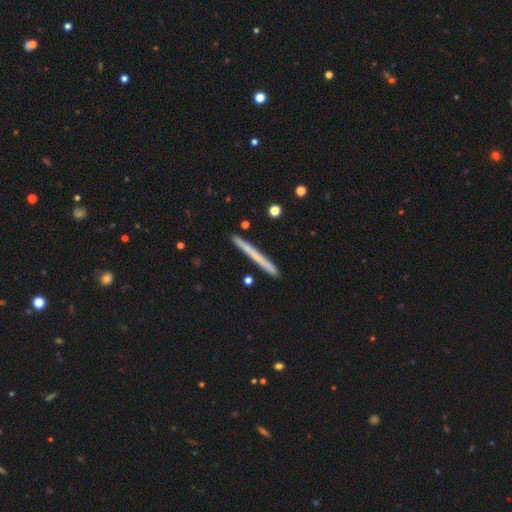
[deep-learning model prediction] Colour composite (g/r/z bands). It shows a smooth galaxy with no disk features (57%) that is cigar-shaped (97%). Merging: none (90%).